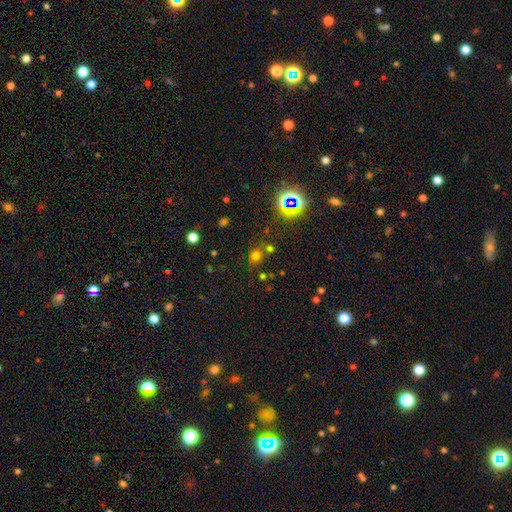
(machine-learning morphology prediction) smooth_or_featured: smooth (p=0.58) [alt: star or artifact p=0.33]
how_rounded: round (p=0.79) [alt: in between p=0.20]
merging: none (p=0.69) [alt: merger p=0.12]